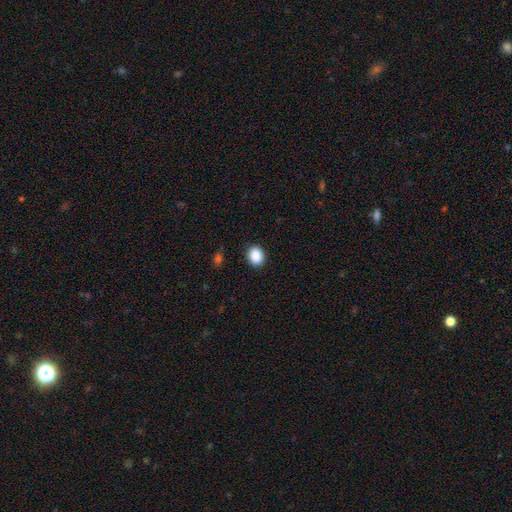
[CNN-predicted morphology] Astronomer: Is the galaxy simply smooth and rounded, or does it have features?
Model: smooth — 90%.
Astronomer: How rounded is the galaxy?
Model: round — 51% (runner-up: in between, 48%).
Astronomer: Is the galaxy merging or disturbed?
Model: none — 90%.